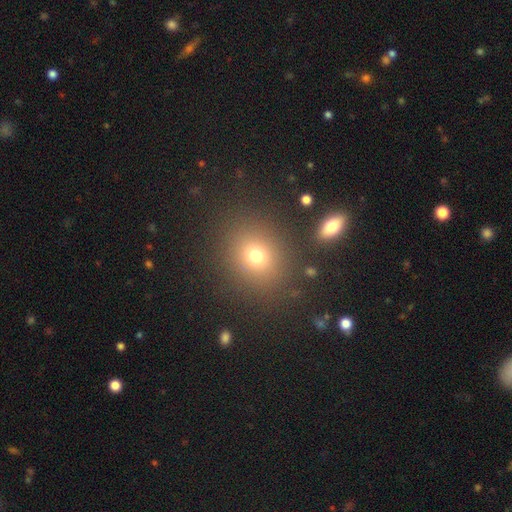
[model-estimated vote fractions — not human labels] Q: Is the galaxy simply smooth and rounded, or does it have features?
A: smooth — 73%.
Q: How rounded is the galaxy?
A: round — 73%.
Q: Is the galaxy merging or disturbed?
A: none — 85%.